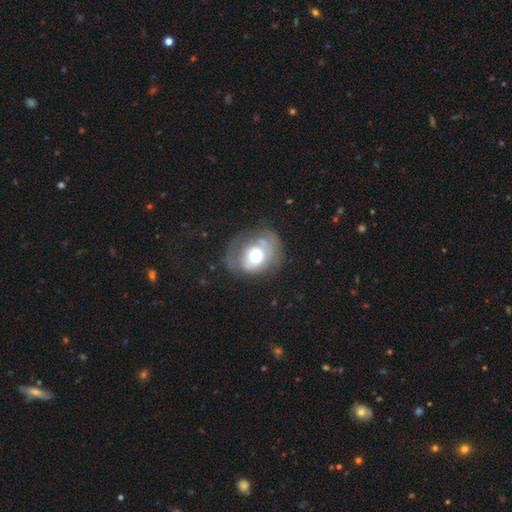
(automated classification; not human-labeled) Q: Smooth or featured?
A: smooth (51%); runner-up: featured or disk (40%)
Q: How rounded?
A: round (52%); runner-up: in between (47%)
Q: Merging?
A: none (44%); runner-up: minor disturbance (29%)